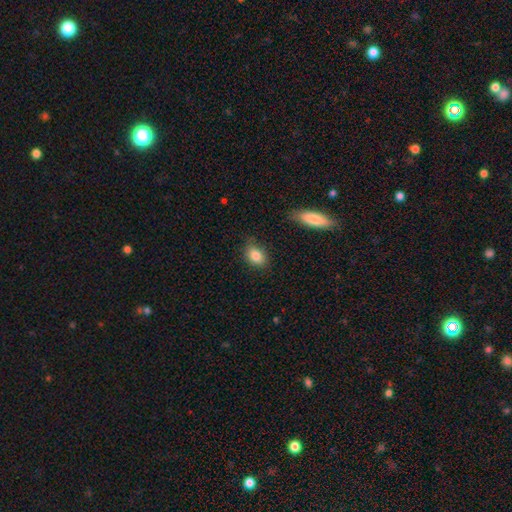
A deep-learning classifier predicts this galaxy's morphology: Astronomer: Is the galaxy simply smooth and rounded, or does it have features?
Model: smooth — 84%.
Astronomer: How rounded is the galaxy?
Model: in between — 80%.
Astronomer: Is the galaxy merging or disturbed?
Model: none — 78%.